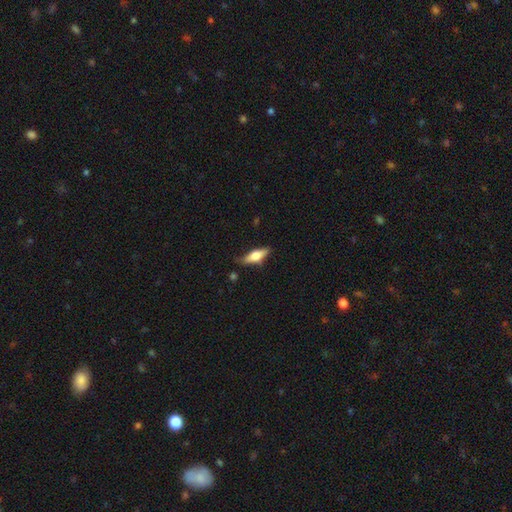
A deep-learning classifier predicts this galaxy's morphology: Smooth or featured? Predicted: smooth (p=0.52). How rounded? Predicted: in between (p=0.54). Merging? Predicted: none (p=0.72).